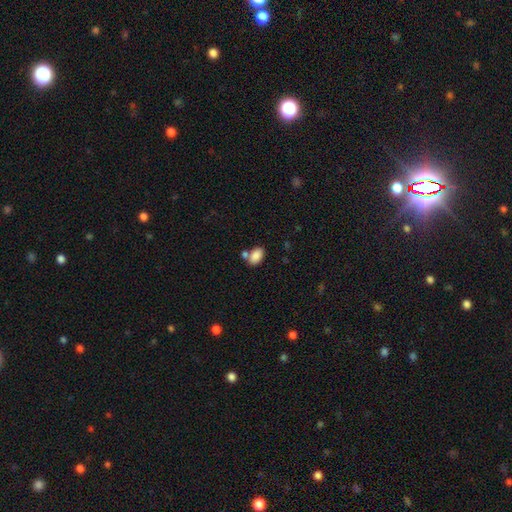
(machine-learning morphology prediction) Smooth or featured? smooth (87%)
How rounded? in between (90%)
Merging? none (57%)